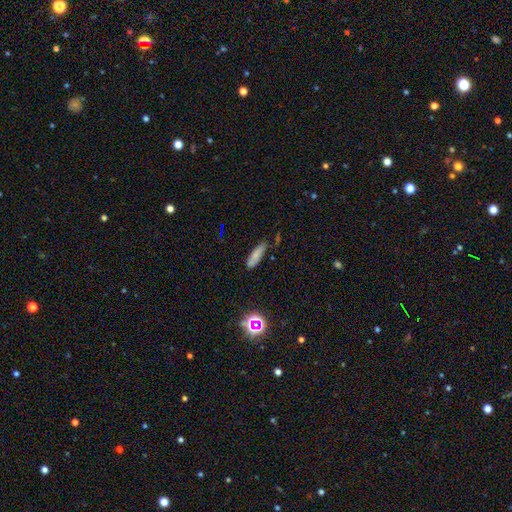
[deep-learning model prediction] Smooth or featured? smooth (75%)
How rounded? cigar-shaped (52%)
Merging? none (65%)